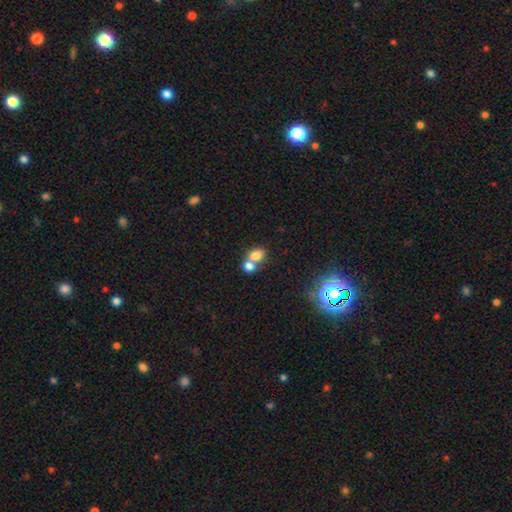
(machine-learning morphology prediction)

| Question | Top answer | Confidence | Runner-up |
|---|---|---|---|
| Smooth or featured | smooth | 76% | featured or disk (12%) |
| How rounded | in between | 53% | round (46%) |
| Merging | merger | 63% | none (28%) |